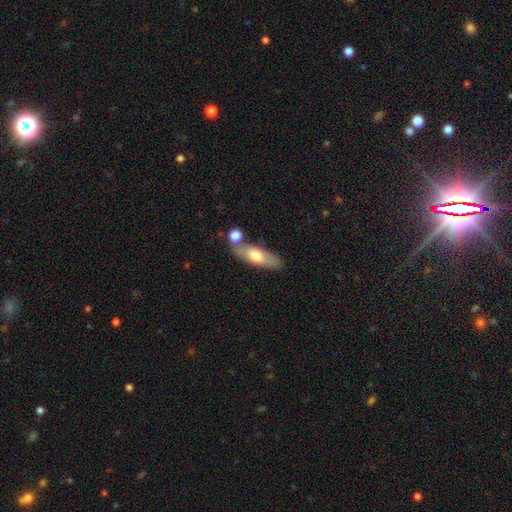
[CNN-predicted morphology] The model was most divided on "how rounded": in between: 54%, cigar-shaped: 43%, round: 3%. More confident: merging — none (70%); smooth or featured — smooth (61%).